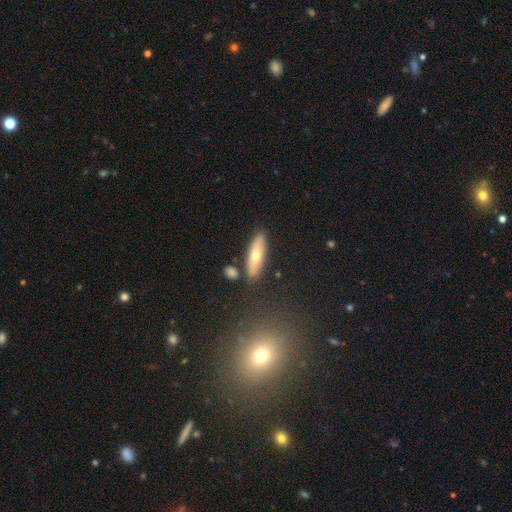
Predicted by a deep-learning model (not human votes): Smooth or featured? Predicted: smooth (p=0.56). How rounded? Predicted: cigar-shaped (p=0.49). Merging? Predicted: none (p=0.83).